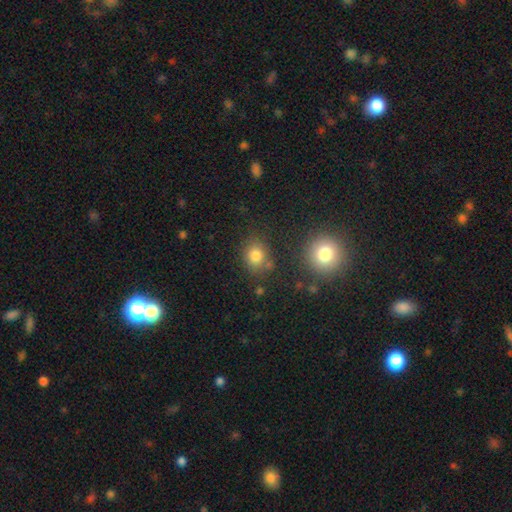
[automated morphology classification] The model was most divided on "how rounded": round: 59%, in between: 40%, cigar-shaped: 1%. More confident: smooth or featured — smooth (80%); merging — none (74%).